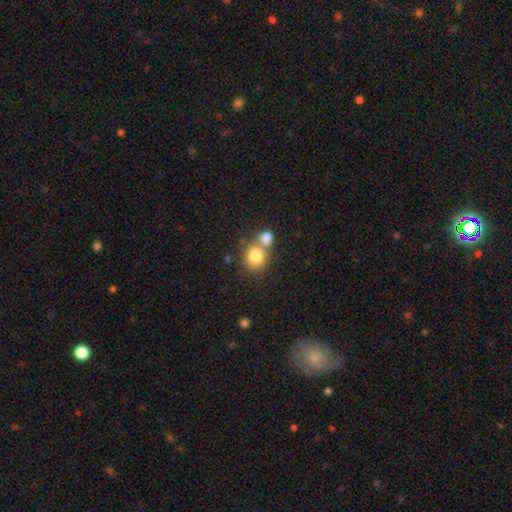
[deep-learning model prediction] Smooth or featured? Predicted: smooth (p=0.80). How rounded? Predicted: round (p=0.77). Merging? Predicted: merger (p=0.45).